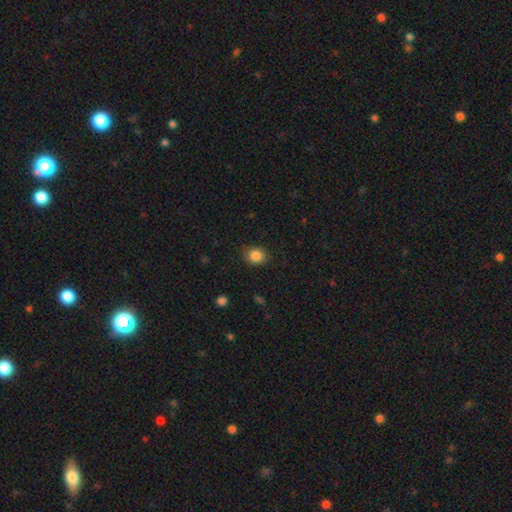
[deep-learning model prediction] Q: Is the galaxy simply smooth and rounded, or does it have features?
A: smooth — 85%.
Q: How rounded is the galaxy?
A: round — 71%.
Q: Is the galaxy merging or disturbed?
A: none — 86%.